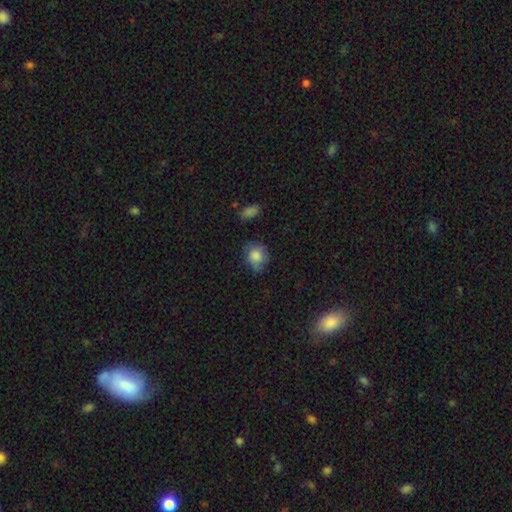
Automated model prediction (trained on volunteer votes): The model was most divided on "merging": none: 55%, minor disturbance: 32%, major disturbance: 9%, merger: 3%. More confident: smooth or featured — smooth (81%); how rounded — round (69%).